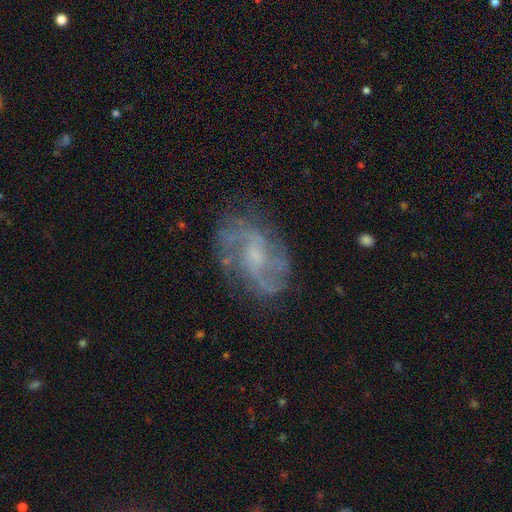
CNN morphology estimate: Q: Smooth or featured?
A: featured or disk (81%); runner-up: smooth (12%)
Q: Edge-on disk?
A: no (97%); runner-up: yes (3%)
Q: Bar?
A: no (49%); runner-up: weak (43%)
Q: Spiral arms?
A: yes (89%); runner-up: no (11%)
Q: Spiral winding?
A: medium (46%); runner-up: loose (32%)
Q: Spiral arm count?
A: 2 (56%); runner-up: can't tell (21%)
Q: Bulge size?
A: small (48%); runner-up: moderate (31%)
Q: Merging?
A: none (70%); runner-up: minor disturbance (18%)